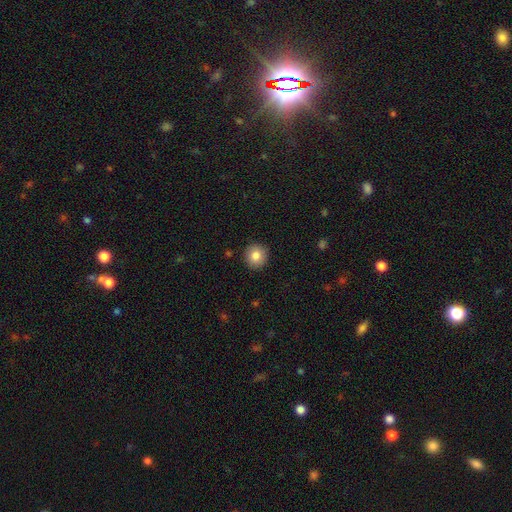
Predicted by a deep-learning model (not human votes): This is clearly a smooth galaxy (83%). How rounded: clearly round (93%). Merging: clearly none (91%).